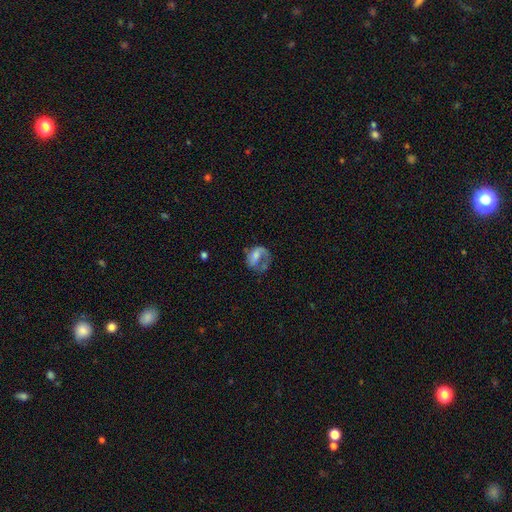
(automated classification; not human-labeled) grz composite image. It shows a featured or disk galaxy (53%) with no bar (53%), spiral arms (62%) and no central bulge (33%). Merging: major disturbance (42%).